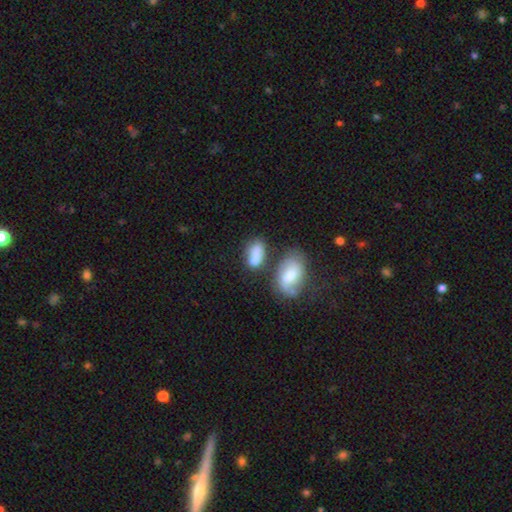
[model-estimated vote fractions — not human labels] Overall: smooth (75%). How rounded: in between (84%). Merging: none (36%; merger 35%).